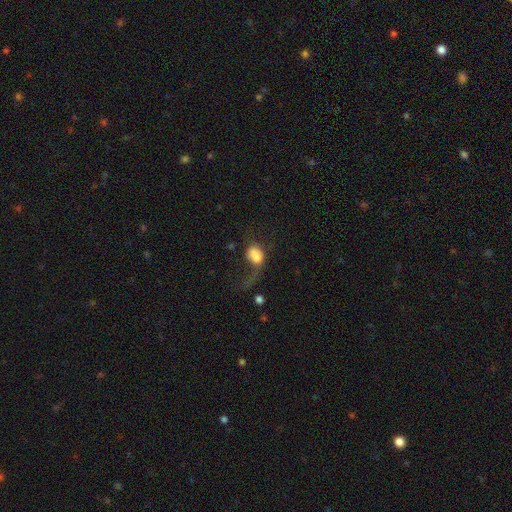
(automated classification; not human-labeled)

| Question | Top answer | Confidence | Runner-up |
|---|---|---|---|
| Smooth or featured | smooth | 70% | featured or disk (21%) |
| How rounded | in between | 65% | round (33%) |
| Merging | major disturbance | 58% | none (17%) |